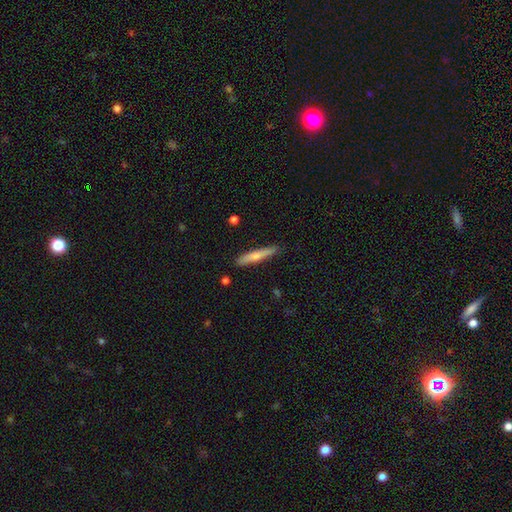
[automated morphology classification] smooth_or_featured: smooth (p=0.62) [alt: featured or disk p=0.32]
how_rounded: cigar-shaped (p=0.91) [alt: in between p=0.07]
merging: none (p=0.84) [alt: minor disturbance p=0.12]